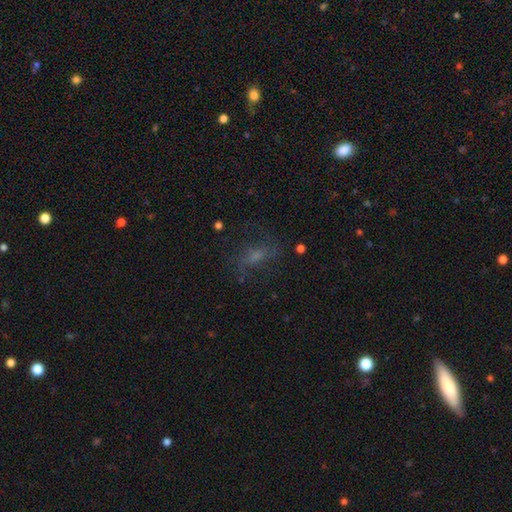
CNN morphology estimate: This is marginally a smooth galaxy (40%). Merging: possibly none (59%).